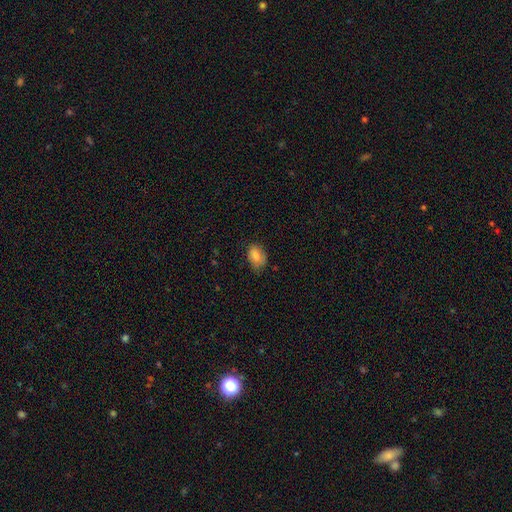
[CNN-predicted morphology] smooth 83%, star or artifact 9%, featured or disk 8%. Down the decision tree: how rounded — in between (80%); merging — none (62%).